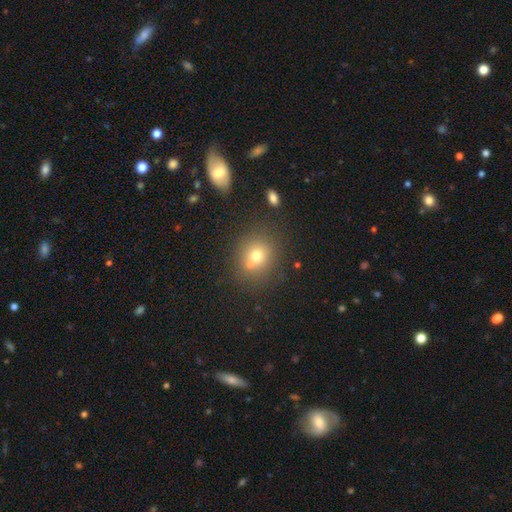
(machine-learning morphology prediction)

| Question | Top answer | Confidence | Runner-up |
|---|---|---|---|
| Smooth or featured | smooth | 71% | star or artifact (15%) |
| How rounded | round | 75% | in between (24%) |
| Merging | none | 66% | merger (18%) |